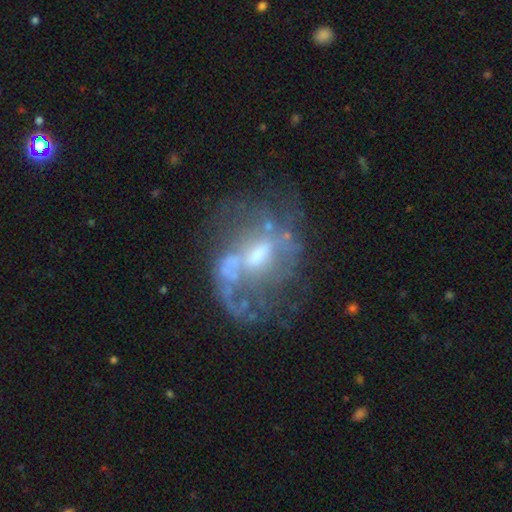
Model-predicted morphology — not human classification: Smooth or featured? featured or disk (78%)
Edge-on disk? no (97%)
Bar? weak (49%)
Spiral arms? yes (68%)
Spiral winding? loose (57%)
Spiral arm count? 2 (56%)
Bulge size? moderate (49%)
Merging? none (43%)